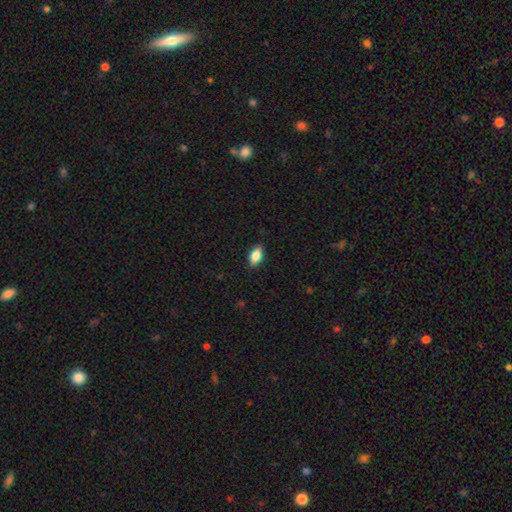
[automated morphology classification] smooth 83%, featured or disk 9%, star or artifact 8%. Down the decision tree: how rounded — in between (90%); merging — none (87%).